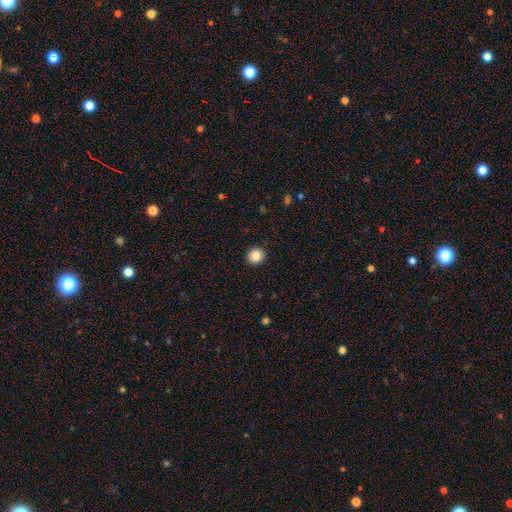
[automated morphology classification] Smooth or featured?
  - smooth: 85% *
  - star or artifact: 10%
  - featured or disk: 6%
How rounded?
  - round: 91% *
  - in between: 8%
  - cigar-shaped: 1%
Merging?
  - none: 92% *
  - minor disturbance: 5%
  - major disturbance: 2%
  - merger: 1%